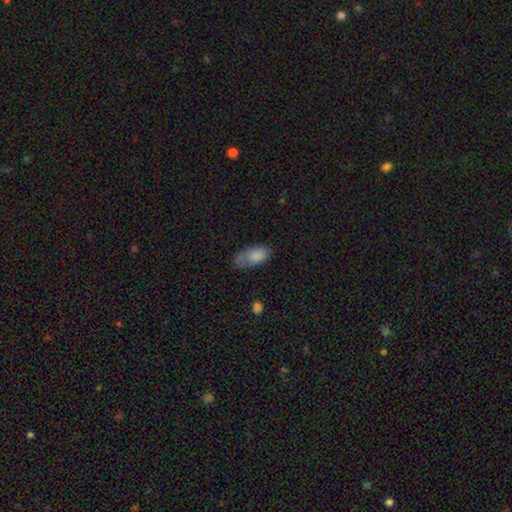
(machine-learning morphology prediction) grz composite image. It shows a smooth galaxy with no disk features (82%) that is in between round and cigar-shaped (91%). Merging: none (55%).